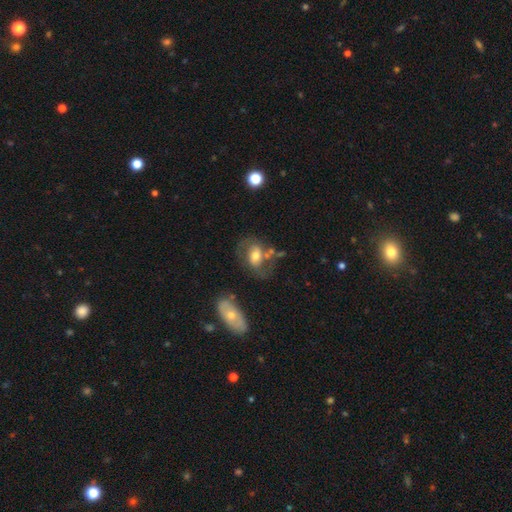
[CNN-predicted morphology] A featured or disk galaxy (53%) with no bar (50%), spiral arms (65%) and a moderate central bulge (63%).

Vote fractions:
- Smooth or featured? featured or disk: 53% / smooth: 39% / star or artifact: 8%
- Edge-on disk? no: 95% / yes: 5%
- Bar? no: 50% / weak: 34% / strong: 15%
- Spiral arms? yes: 65% / no: 35%
- Bulge size? moderate: 63% / small: 18% / large: 16% / none: 2% / dominant: 2%
- Merging? none: 49% / minor disturbance: 20% / major disturbance: 16% / merger: 14%